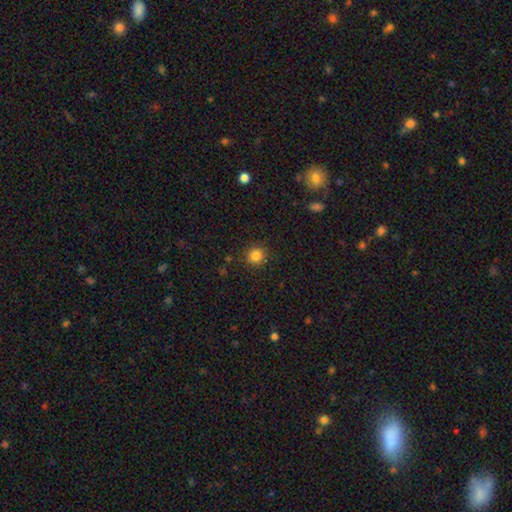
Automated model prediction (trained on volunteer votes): This is clearly a smooth galaxy (84%). How rounded: clearly round (93%). Merging: clearly none (91%).